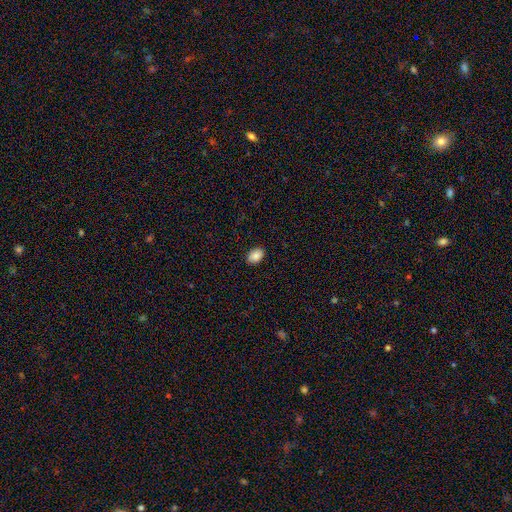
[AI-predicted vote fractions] This is clearly a smooth galaxy (88%). How rounded: clearly in between (84%). Merging: clearly none (89%).